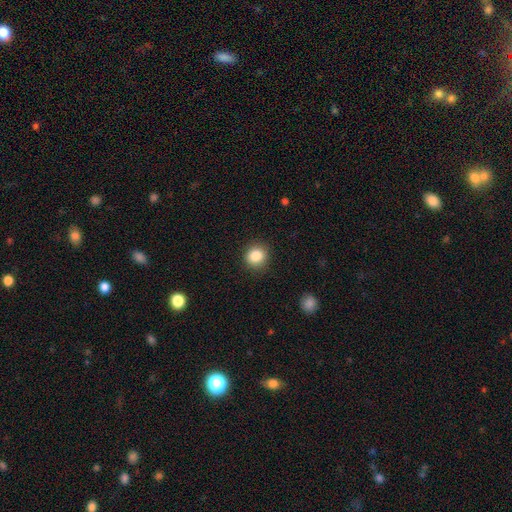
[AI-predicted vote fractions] Smooth or featured?
  - smooth: 86% *
  - star or artifact: 10%
  - featured or disk: 4%
How rounded?
  - round: 86% *
  - in between: 13%
  - cigar-shaped: 1%
Merging?
  - none: 89% *
  - minor disturbance: 8%
  - major disturbance: 3%
  - merger: 1%